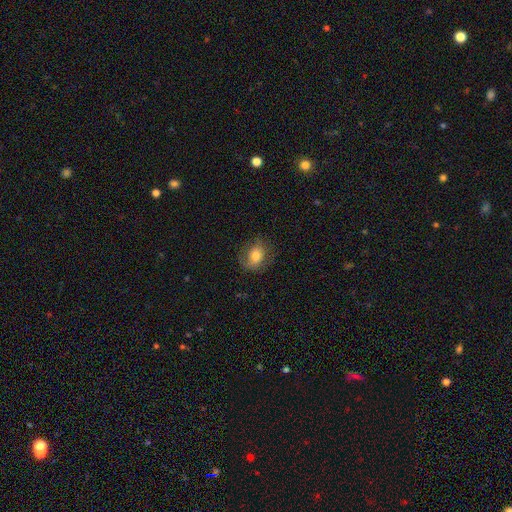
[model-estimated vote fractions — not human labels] smooth_or_featured: smooth (p=0.67) [alt: featured or disk p=0.23]
how_rounded: round (p=0.52) [alt: in between p=0.47]
merging: none (p=0.66) [alt: minor disturbance p=0.21]